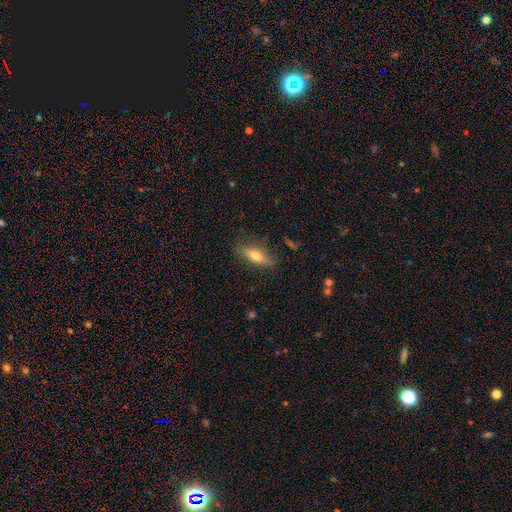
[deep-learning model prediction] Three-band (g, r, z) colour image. It shows a smooth galaxy with no disk features (64%) that is in between round and cigar-shaped (51%). Merging: none (79%).